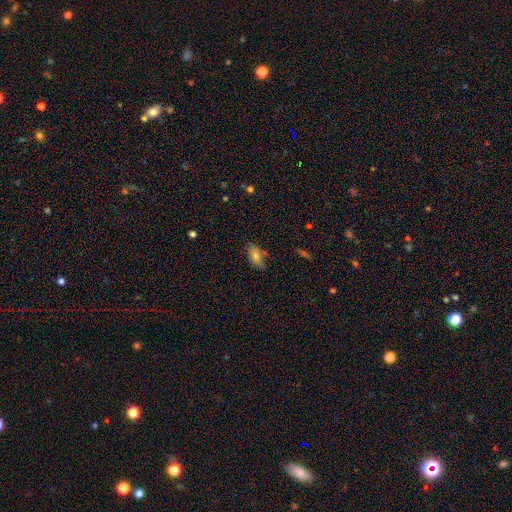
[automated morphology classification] smooth 67%, featured or disk 20%, star or artifact 14%. Down the decision tree: how rounded — in between (87%); merging — none (72%).